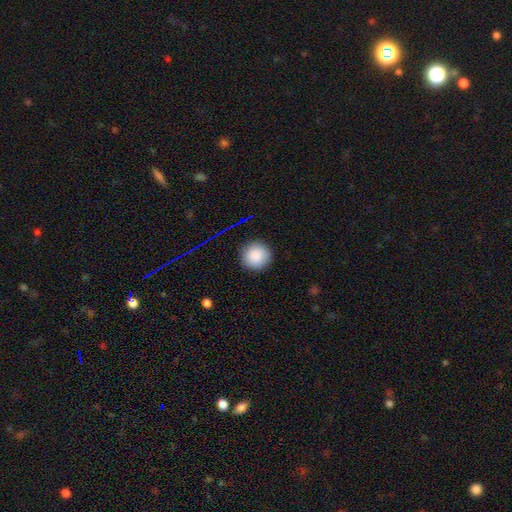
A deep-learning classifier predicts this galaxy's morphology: This appears to be a smooth galaxy with no disk features (87%) that is round (95%). Merging: none (91%).